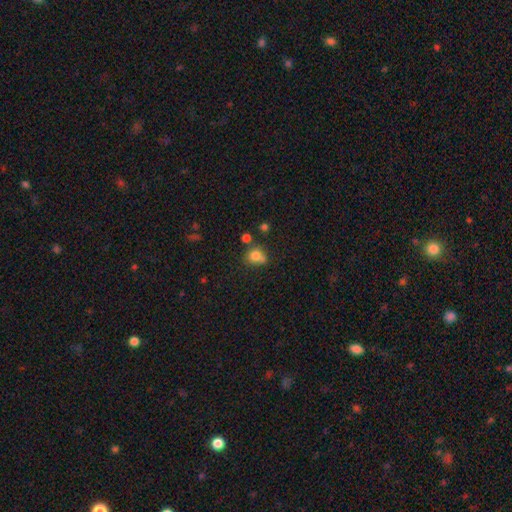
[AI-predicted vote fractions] smooth-or-featured: smooth: 75% | star or artifact: 13% | featured or disk: 11%
  how-rounded: round: 65% | in between: 33% | cigar-shaped: 1%
  merging: none: 45% | merger: 27% | minor disturbance: 19% | major disturbance: 9%